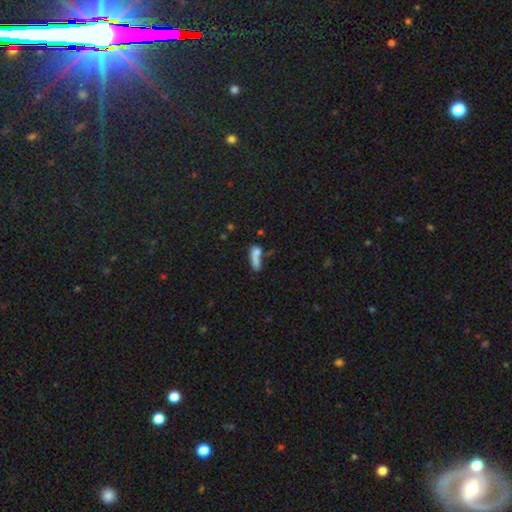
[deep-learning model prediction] Smooth or featured? Predicted: smooth (p=0.70). How rounded? Predicted: cigar-shaped (p=0.51). Merging? Predicted: merger (p=0.36).